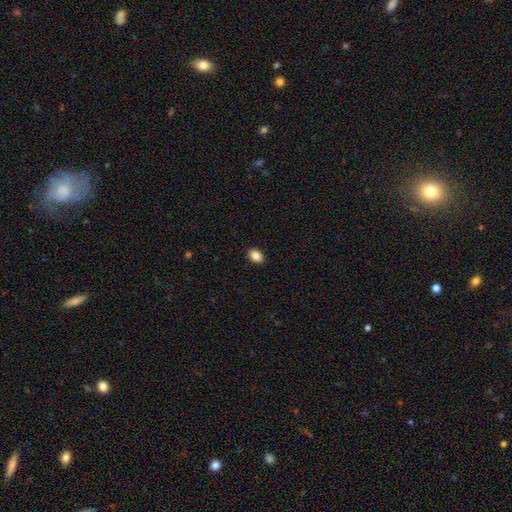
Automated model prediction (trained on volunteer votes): Smooth or featured? smooth (88%)
How rounded? in between (80%)
Merging? none (90%)